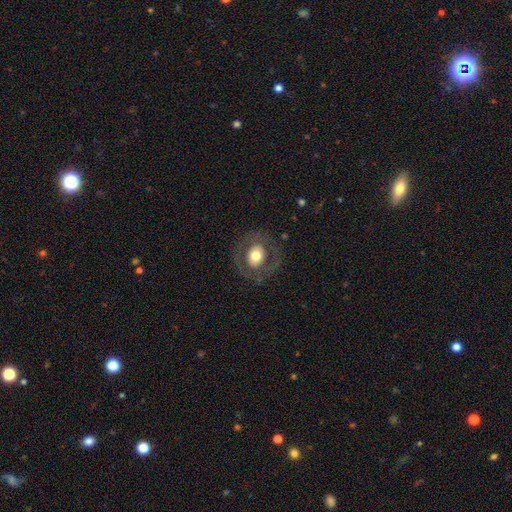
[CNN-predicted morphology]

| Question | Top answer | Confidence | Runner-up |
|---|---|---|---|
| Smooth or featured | smooth | 55% | featured or disk (37%) |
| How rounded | round | 67% | in between (32%) |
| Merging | none | 78% | minor disturbance (12%) |